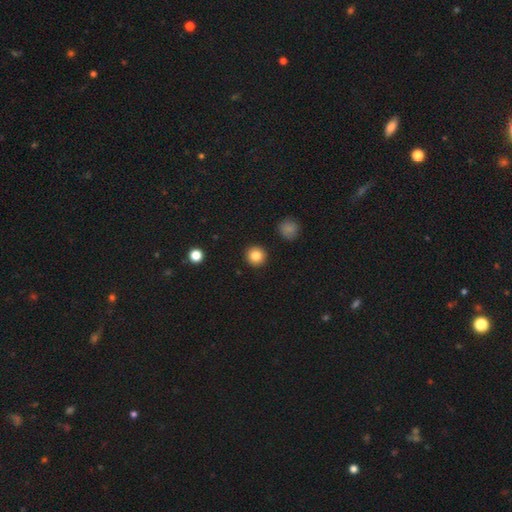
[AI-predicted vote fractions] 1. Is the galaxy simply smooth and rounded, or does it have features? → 84% smooth, 10% star or artifact, 6% featured or disk.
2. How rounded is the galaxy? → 94% round, 5% in between, 1% cigar-shaped.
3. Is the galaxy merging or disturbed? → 93% none, 4% minor disturbance, 2% major disturbance, 1% merger.